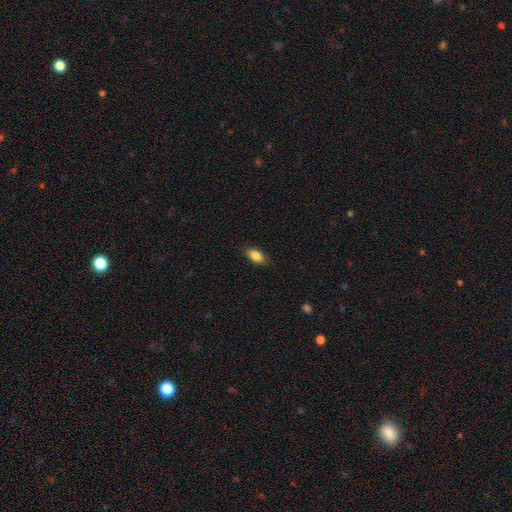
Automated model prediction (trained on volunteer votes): Smooth or featured: smooth — 86% (star or artifact — 8%)
How rounded: in between — 88% (round — 7%)
Merging: none — 86% (minor disturbance — 11%)